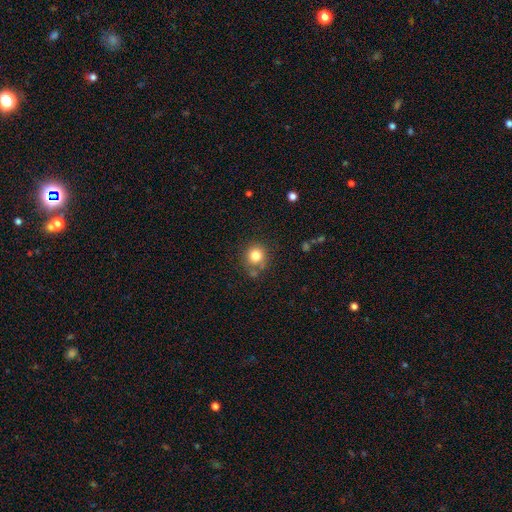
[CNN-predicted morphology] Q: Smooth or featured?
A: smooth (81%); runner-up: star or artifact (11%)
Q: How rounded?
A: round (89%); runner-up: in between (10%)
Q: Merging?
A: none (72%); runner-up: minor disturbance (15%)